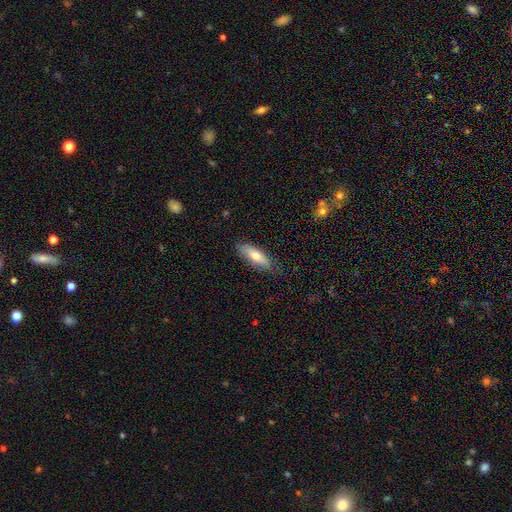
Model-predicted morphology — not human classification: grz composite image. It shows a smooth galaxy with no disk features (67%) that is in between round and cigar-shaped (57%). Merging: none (81%).